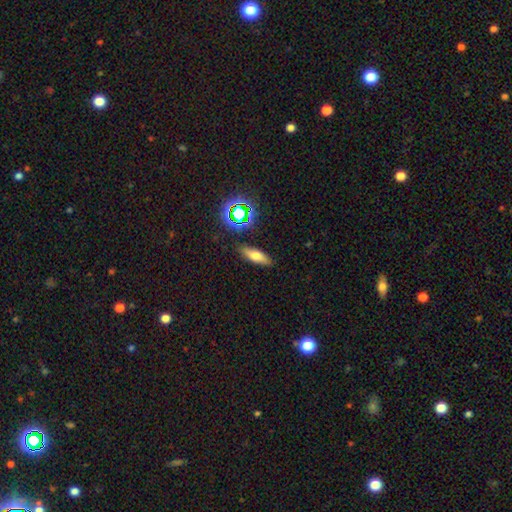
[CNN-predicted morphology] smooth-or-featured: smooth: 63% | featured or disk: 23% | star or artifact: 14%
  how-rounded: in between: 51% | cigar-shaped: 45% | round: 4%
  merging: none: 86% | minor disturbance: 10% | major disturbance: 3% | merger: 2%